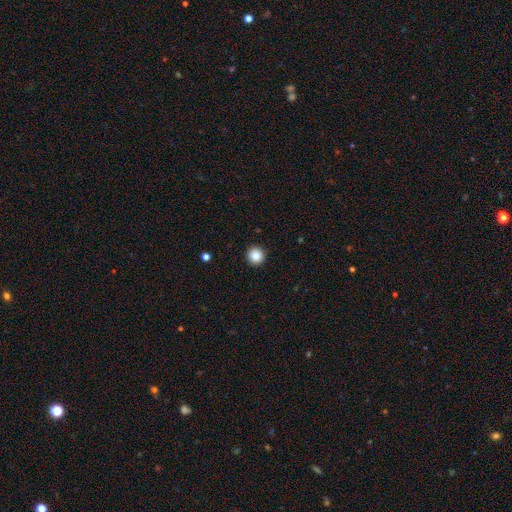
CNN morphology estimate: type=smooth (87%); roundness=round (95%); merging=none (93%).